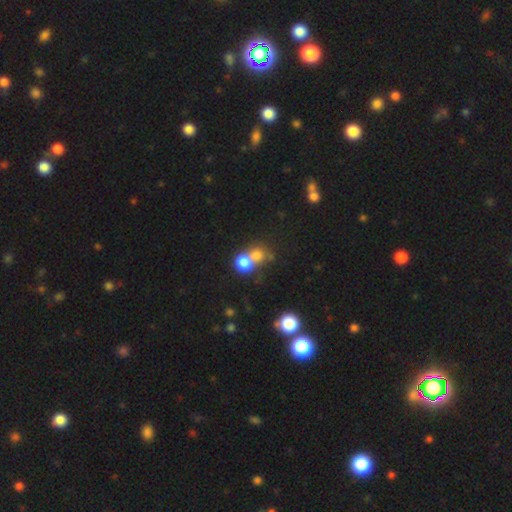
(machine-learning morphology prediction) This is likely a smooth galaxy (73%). How rounded: likely round (74%). Merging: likely merger (62%).